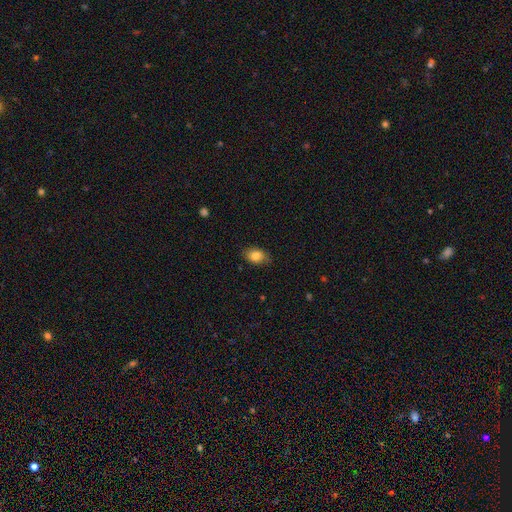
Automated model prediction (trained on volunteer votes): Morphology: type=smooth (84%); roundness=in between (80%); merging=none (83%).